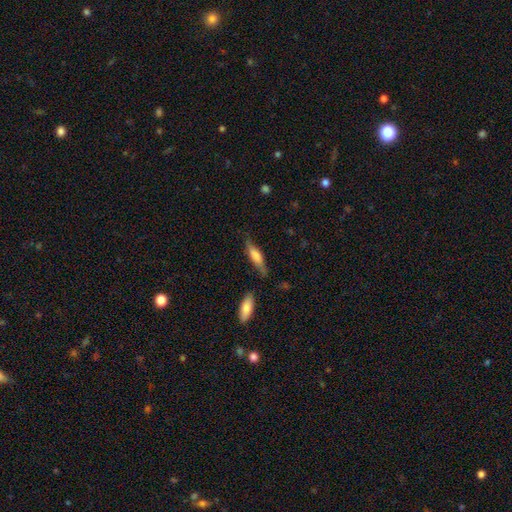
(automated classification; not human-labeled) Smooth or featured? smooth (64%)
How rounded? cigar-shaped (60%)
Merging? none (63%)